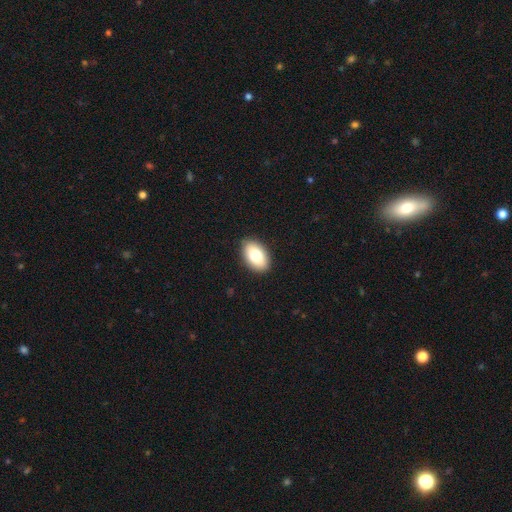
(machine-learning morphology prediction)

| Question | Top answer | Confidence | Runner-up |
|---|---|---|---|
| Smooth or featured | smooth | 79% | featured or disk (14%) |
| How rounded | in between | 92% | round (7%) |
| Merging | none | 89% | minor disturbance (8%) |